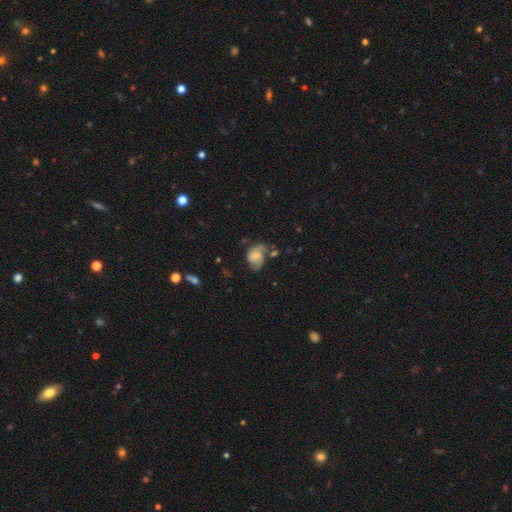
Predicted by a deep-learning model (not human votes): featured or disk 55%, smooth 36%, star or artifact 8%. Down the decision tree: edge-on disk — no (97%); bar — no (68%); spiral arms — yes (86%); bulge size — small (42%); merging — none (44%).